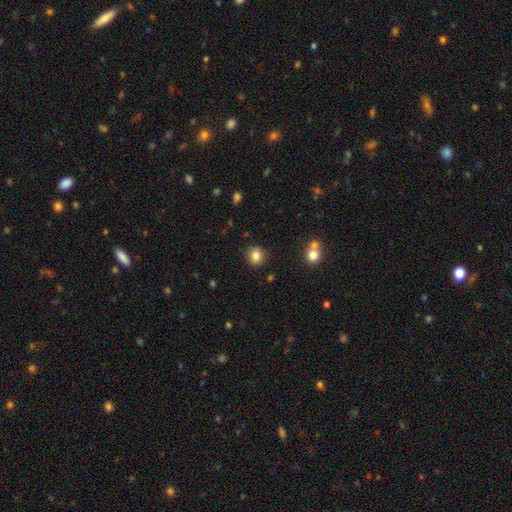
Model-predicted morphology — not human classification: A smooth galaxy with no disk features (83%) that is round (85%). Merging: none (89%).